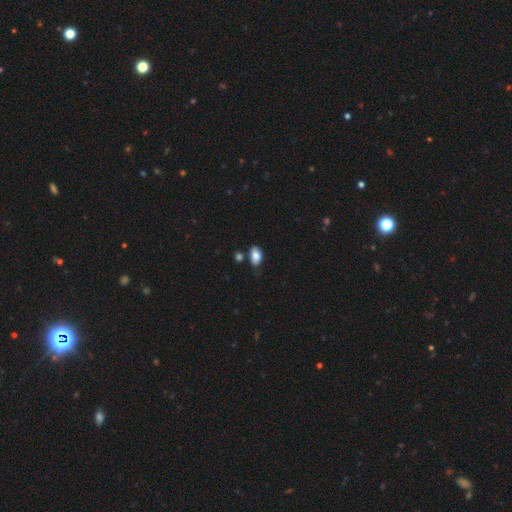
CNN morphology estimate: The model was most divided on "merging": none: 68%, minor disturbance: 20%, merger: 8%, major disturbance: 4%. More confident: how rounded — in between (91%); smooth or featured — smooth (85%).